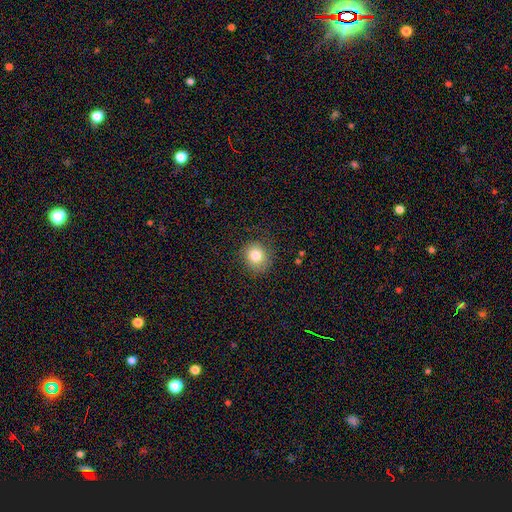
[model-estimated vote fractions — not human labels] This appears to be a smooth galaxy with no disk features (81%) that is round (81%). Merging: none (83%).